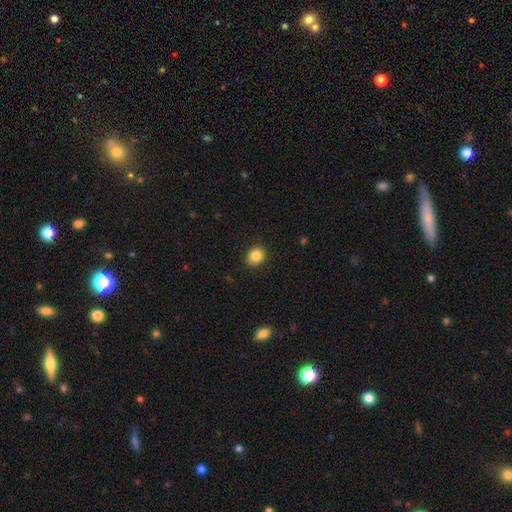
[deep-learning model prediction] A smooth galaxy with no disk features (85%) that is round (73%). Merging: none (90%).